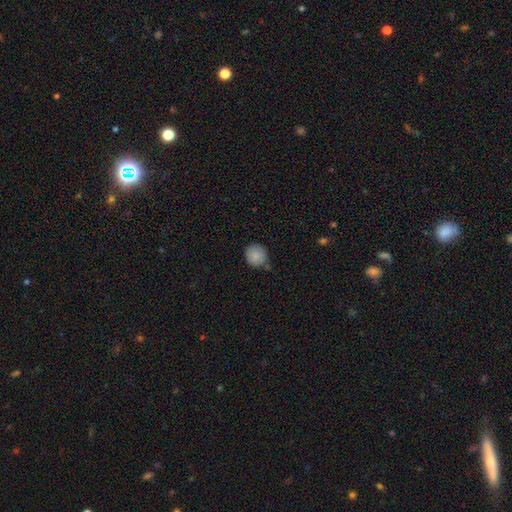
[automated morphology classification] smooth_or_featured: smooth (p=0.86) [alt: star or artifact p=0.08]
how_rounded: round (p=0.91) [alt: in between p=0.08]
merging: none (p=0.71) [alt: minor disturbance p=0.20]